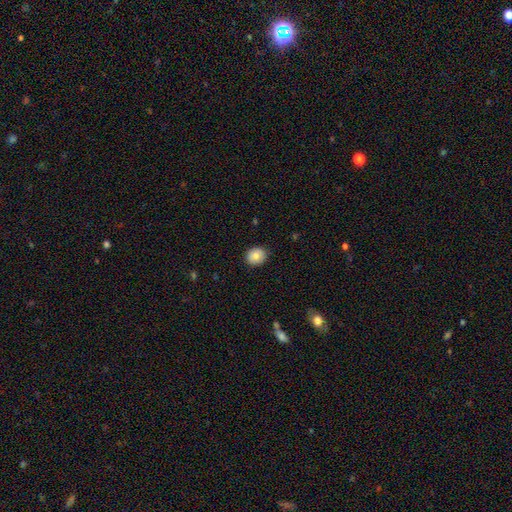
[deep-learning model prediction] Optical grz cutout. It shows a smooth galaxy with no disk features (80%) that is round (69%). Merging: none (86%).